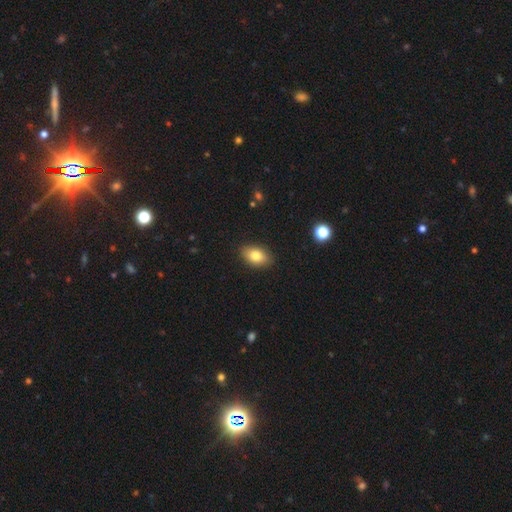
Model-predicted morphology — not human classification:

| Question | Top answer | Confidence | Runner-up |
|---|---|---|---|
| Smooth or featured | smooth | 80% | featured or disk (11%) |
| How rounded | in between | 88% | round (10%) |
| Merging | none | 88% | minor disturbance (9%) |